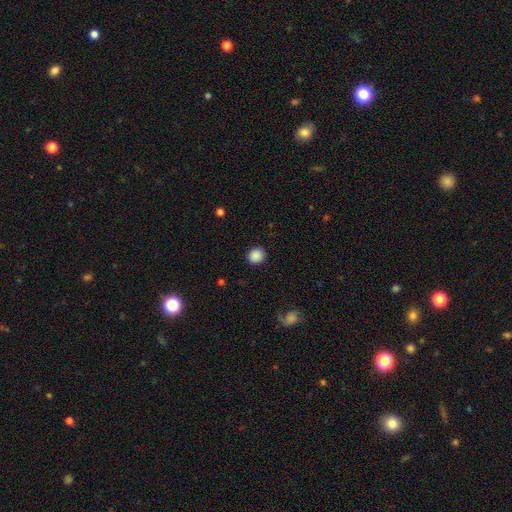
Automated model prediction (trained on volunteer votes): This appears to be a smooth galaxy with no disk features (88%) that is round (83%). Merging: none (89%).